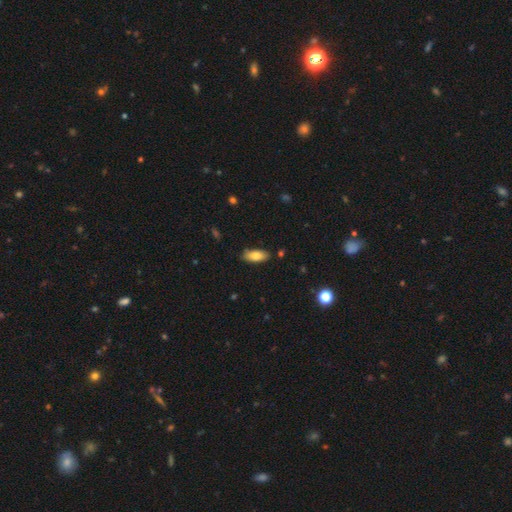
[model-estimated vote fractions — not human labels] Smooth or featured? smooth (79%)
How rounded? in between (82%)
Merging? none (83%)